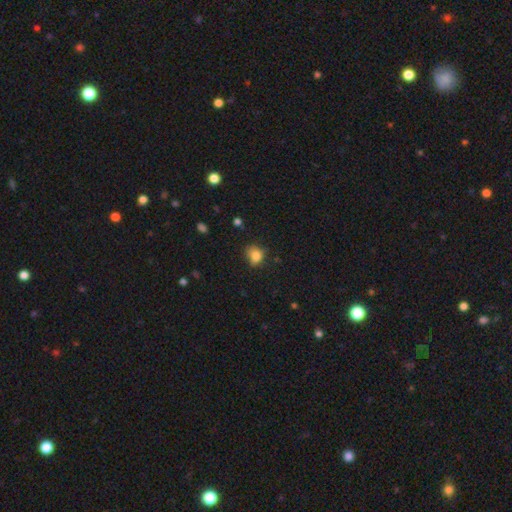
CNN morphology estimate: A smooth galaxy with no disk features (82%) that is round (58%). Merging: none (56%).